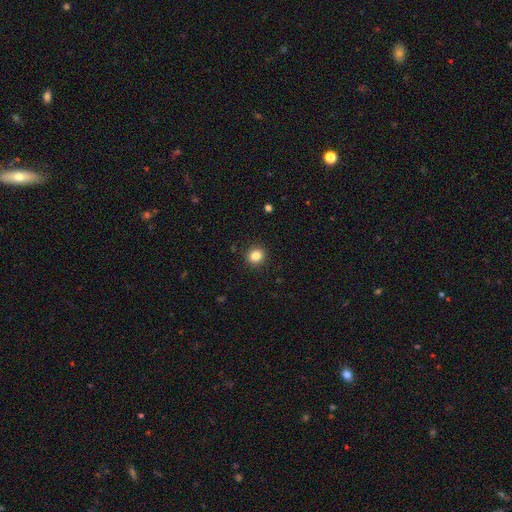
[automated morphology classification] Smooth or featured? Predicted: smooth (p=0.84). How rounded? Predicted: round (p=0.85). Merging? Predicted: none (p=0.92).